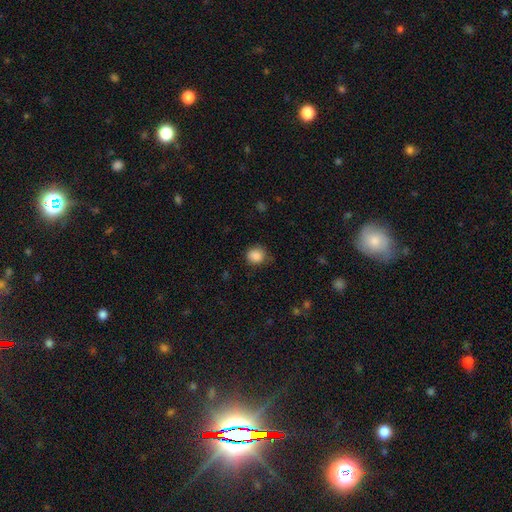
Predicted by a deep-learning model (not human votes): This appears to be a smooth galaxy with no disk features (87%) that is round (84%). Merging: none (73%).